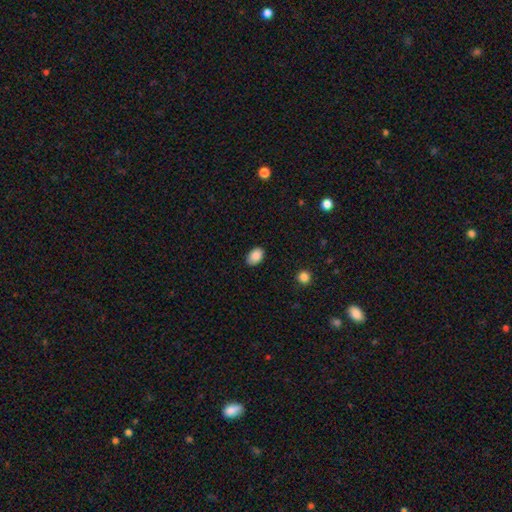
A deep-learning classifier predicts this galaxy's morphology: The model was most divided on "how rounded": in between: 87%, round: 12%, cigar-shaped: 1%. More confident: smooth or featured — smooth (89%); merging — none (86%).